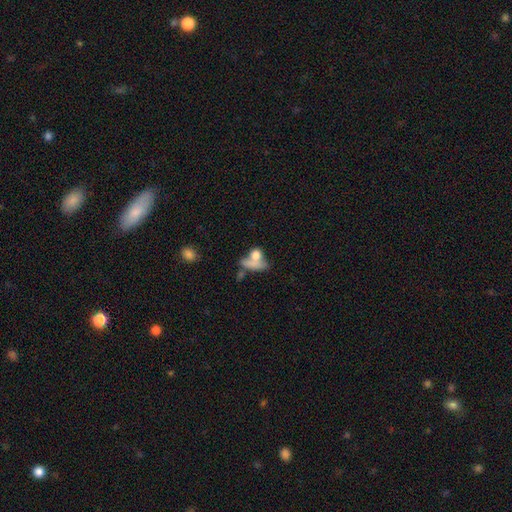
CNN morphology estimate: Smooth or featured? Predicted: smooth (p=0.70). How rounded? Predicted: round (p=0.46). Merging? Predicted: merger (p=0.41).